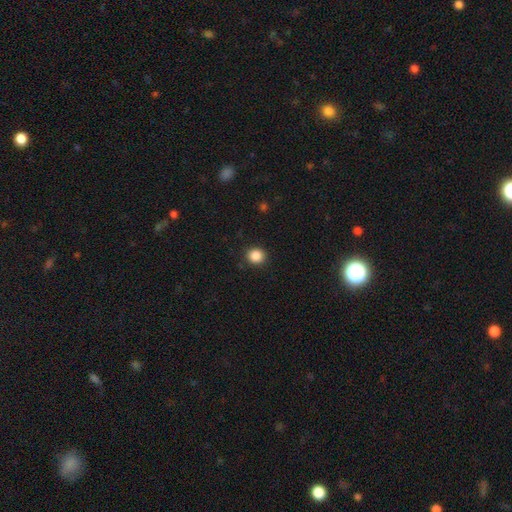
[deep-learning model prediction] This appears to be a smooth galaxy with no disk features (87%) that is round (89%). Merging: none (91%).